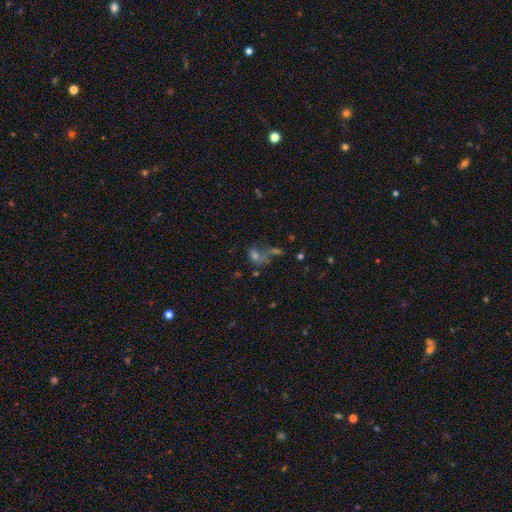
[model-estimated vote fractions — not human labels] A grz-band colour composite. It shows a smooth galaxy with no disk features (42%). Merging: merger (32%).